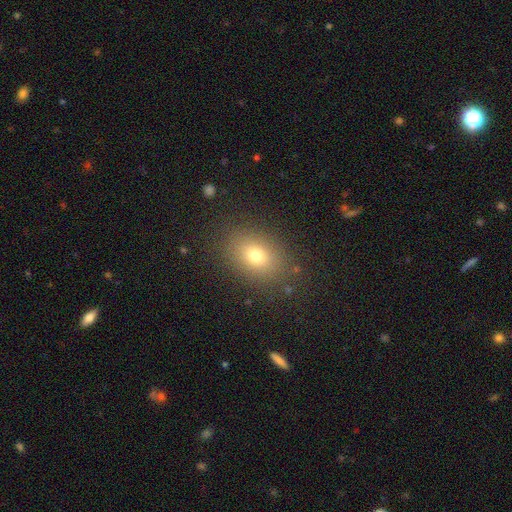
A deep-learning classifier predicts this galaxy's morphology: Overall: smooth (75%). How rounded: in between (69%; round 30%). Merging: none (85%).